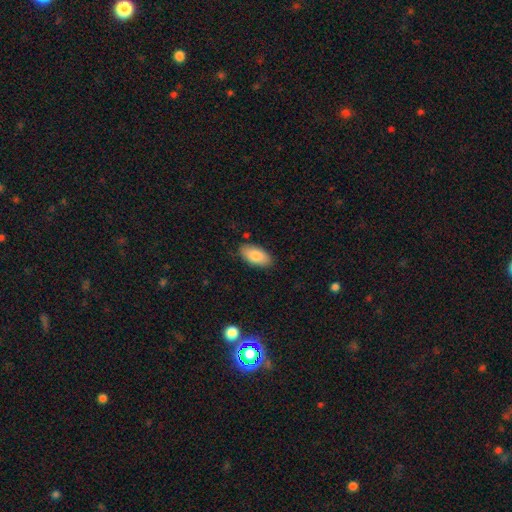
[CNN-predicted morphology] A smooth galaxy with no disk features (84%) that is in between round and cigar-shaped (93%). Merging: none (84%).